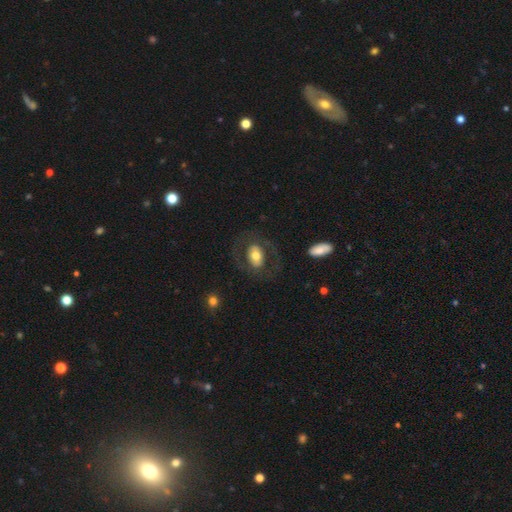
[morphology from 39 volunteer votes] smooth_or_featured: smooth (p=0.59) [alt: featured or disk p=0.38]
how_rounded: in between (p=0.74) [alt: round p=0.26]
merging: none (p=0.82) [alt: major disturbance p=0.16]